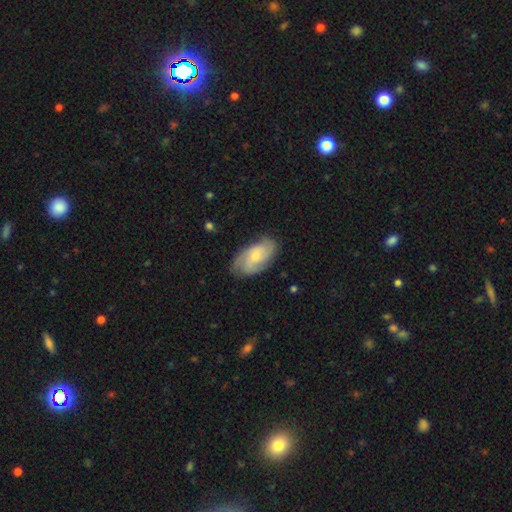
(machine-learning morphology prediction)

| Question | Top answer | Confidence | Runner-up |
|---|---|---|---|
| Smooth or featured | featured or disk | 66% | smooth (28%) |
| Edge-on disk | no | 96% | yes (4%) |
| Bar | no | 65% | weak (30%) |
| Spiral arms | yes | 93% | no (7%) |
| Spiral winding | tight | 45% | medium (41%) |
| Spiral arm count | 3 | 30% | 2 (28%) |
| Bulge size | small | 55% | moderate (38%) |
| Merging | none | 76% | minor disturbance (18%) |